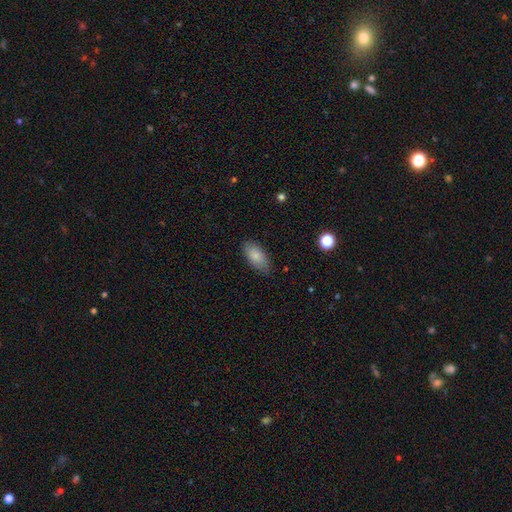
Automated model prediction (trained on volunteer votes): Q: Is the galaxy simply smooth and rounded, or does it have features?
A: smooth — 84%.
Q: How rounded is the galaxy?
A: in between — 91%.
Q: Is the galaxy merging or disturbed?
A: none — 82%.